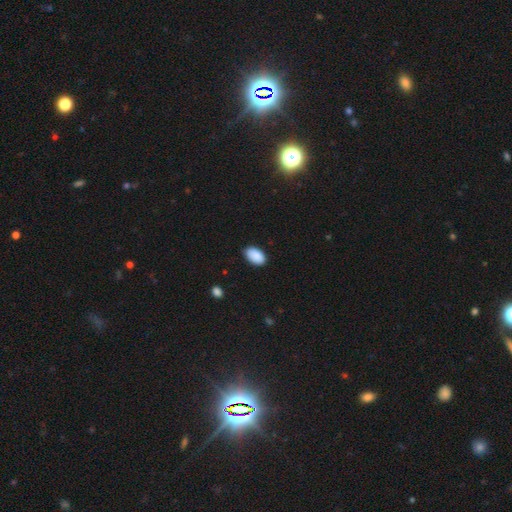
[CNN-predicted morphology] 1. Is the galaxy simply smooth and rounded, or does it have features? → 90% smooth, 7% star or artifact, 3% featured or disk.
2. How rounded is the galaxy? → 94% in between, 5% round, 1% cigar-shaped.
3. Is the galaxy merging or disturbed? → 84% none, 13% minor disturbance, 2% major disturbance, 1% merger.